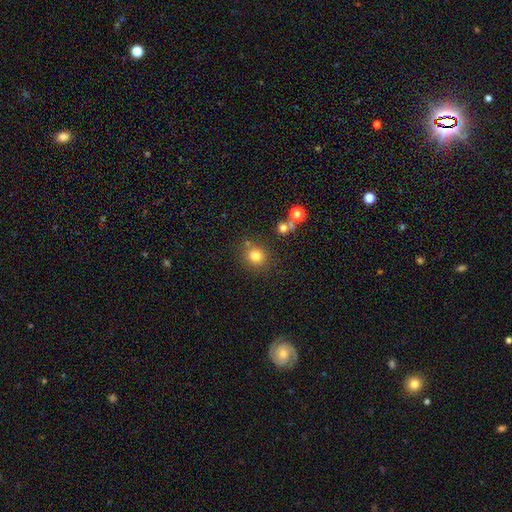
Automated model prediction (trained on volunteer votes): smooth_or_featured: smooth (p=0.80) [alt: star or artifact p=0.14]
how_rounded: round (p=0.87) [alt: in between p=0.12]
merging: none (p=0.78) [alt: minor disturbance p=0.10]